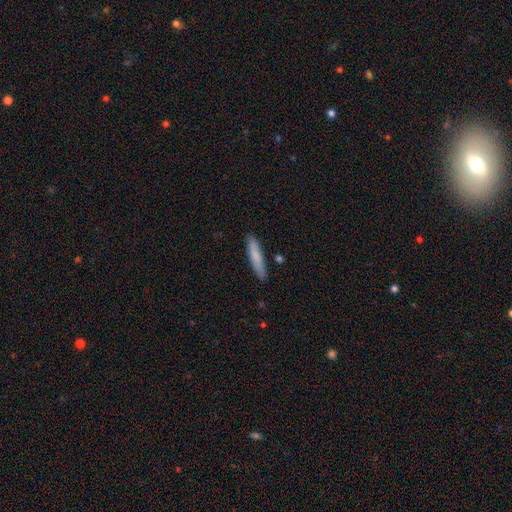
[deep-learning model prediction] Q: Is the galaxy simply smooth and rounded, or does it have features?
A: smooth — 79%.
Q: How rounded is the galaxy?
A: cigar-shaped — 87%.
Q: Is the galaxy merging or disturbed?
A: none — 85%.